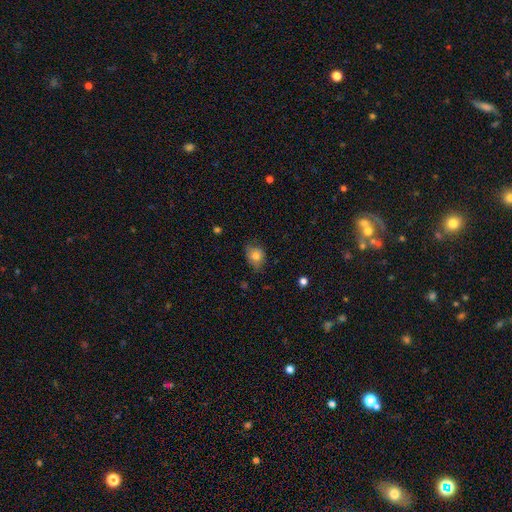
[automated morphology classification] Overall: smooth (75%). How rounded: round (60%; in between 39%). Merging: none (59%; minor disturbance 30%).